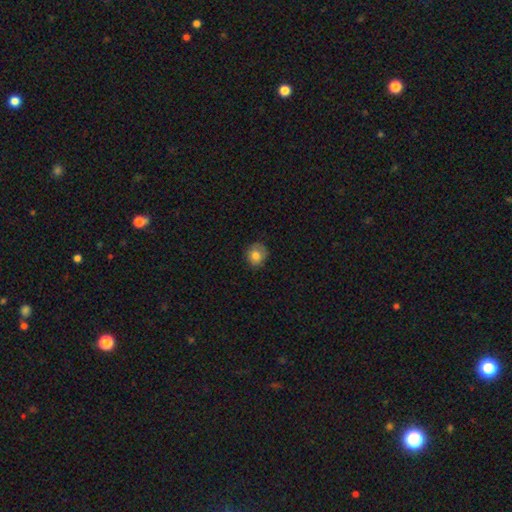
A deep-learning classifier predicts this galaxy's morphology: Overall: smooth (78%). How rounded: round (80%). Merging: none (76%).